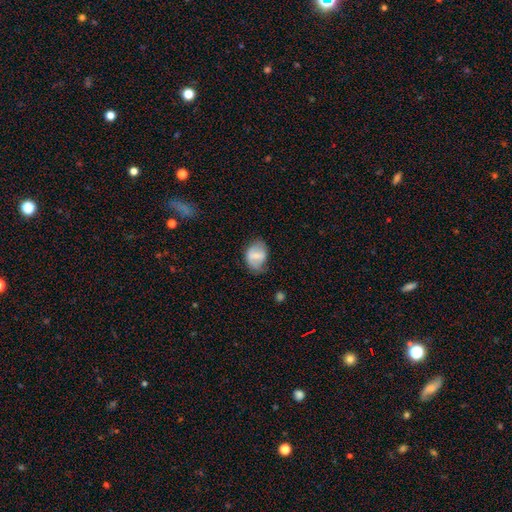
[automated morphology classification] The model was most divided on "smooth or featured": smooth: 57%, featured or disk: 35%, star or artifact: 8%. More confident: how rounded — in between (71%); merging — none (59%).